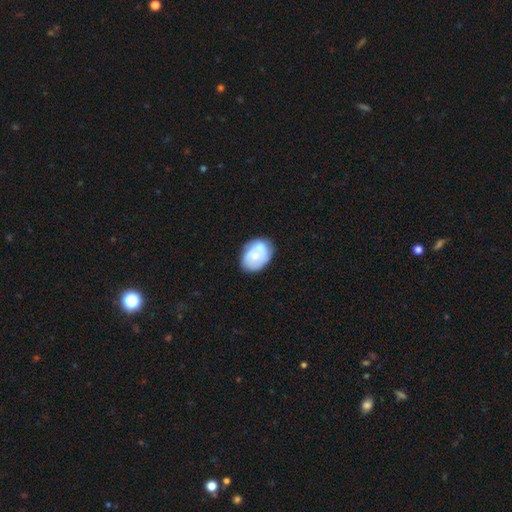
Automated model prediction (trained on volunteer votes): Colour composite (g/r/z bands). It shows a smooth galaxy with no disk features (52%) that is in between round and cigar-shaped (72%). Merging: none (58%).